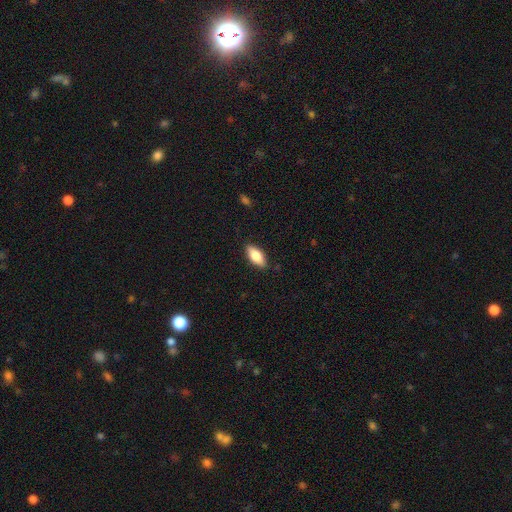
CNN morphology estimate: This is likely a smooth galaxy (79%). How rounded: clearly in between (87%). Merging: clearly none (86%).